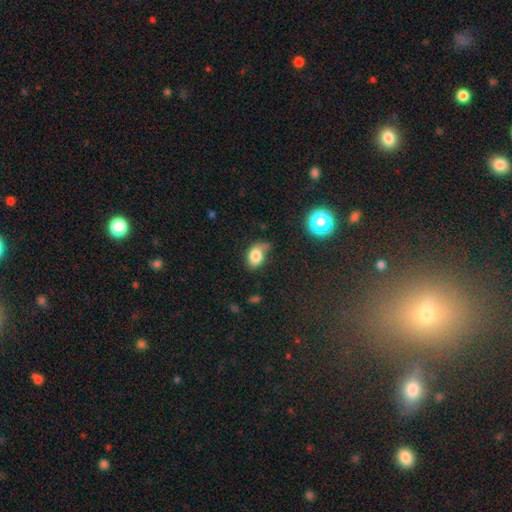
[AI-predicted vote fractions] Q: Smooth or featured?
A: smooth (76%); runner-up: featured or disk (14%)
Q: How rounded?
A: in between (79%); runner-up: round (19%)
Q: Merging?
A: none (41%); runner-up: minor disturbance (36%)